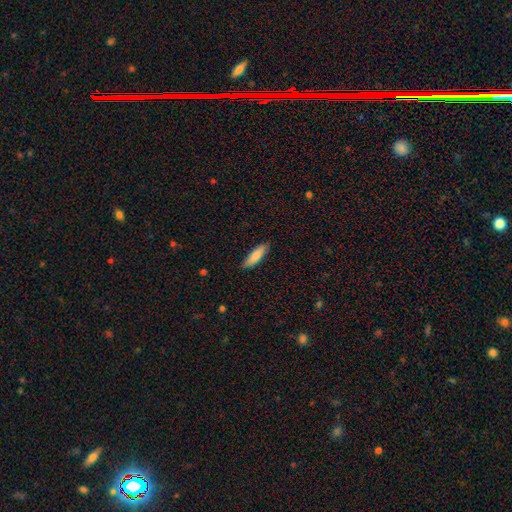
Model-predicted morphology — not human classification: Overall: smooth (79%). How rounded: cigar-shaped (54%; in between 44%). Merging: none (85%).